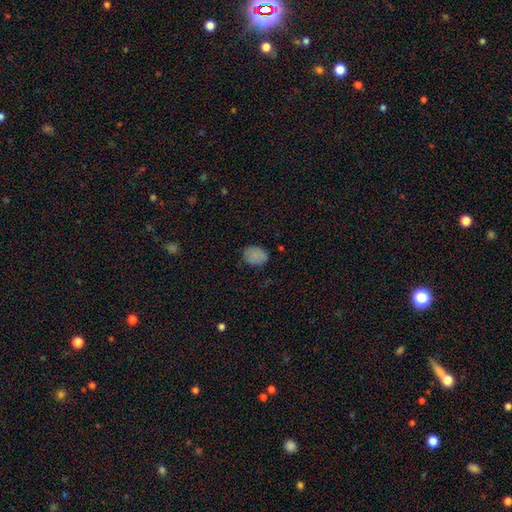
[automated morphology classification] Smooth or featured: smooth — 81% (star or artifact — 12%)
How rounded: in between — 53% (round — 46%)
Merging: none — 73% (minor disturbance — 21%)